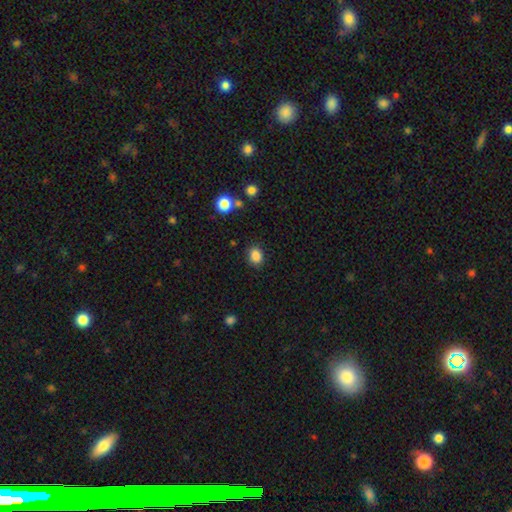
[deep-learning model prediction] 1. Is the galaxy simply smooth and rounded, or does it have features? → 86% smooth, 10% star or artifact, 3% featured or disk.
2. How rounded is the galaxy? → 51% in between, 48% round, 1% cigar-shaped.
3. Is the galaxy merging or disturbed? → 86% none, 10% minor disturbance, 3% major disturbance, 2% merger.